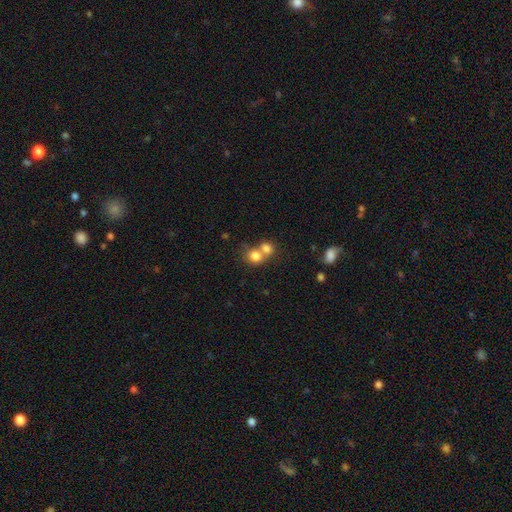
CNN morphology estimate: Smooth or featured? Predicted: smooth (p=0.79). How rounded? Predicted: round (p=0.72). Merging? Predicted: merger (p=0.59).